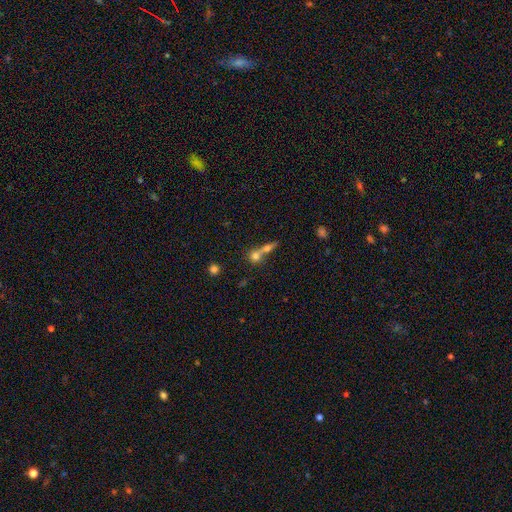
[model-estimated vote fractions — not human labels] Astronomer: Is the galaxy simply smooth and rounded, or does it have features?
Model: smooth — 66%.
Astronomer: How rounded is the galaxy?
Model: round — 68%.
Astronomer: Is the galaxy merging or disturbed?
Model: merger — 59%.